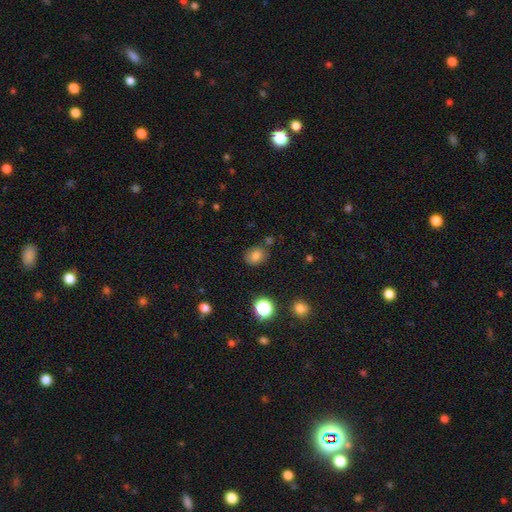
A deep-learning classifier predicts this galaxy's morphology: smooth-or-featured: smooth: 79% | star or artifact: 13% | featured or disk: 8%
  how-rounded: in between: 50% | round: 49% | cigar-shaped: 1%
  merging: none: 78% | minor disturbance: 13% | merger: 5% | major disturbance: 3%